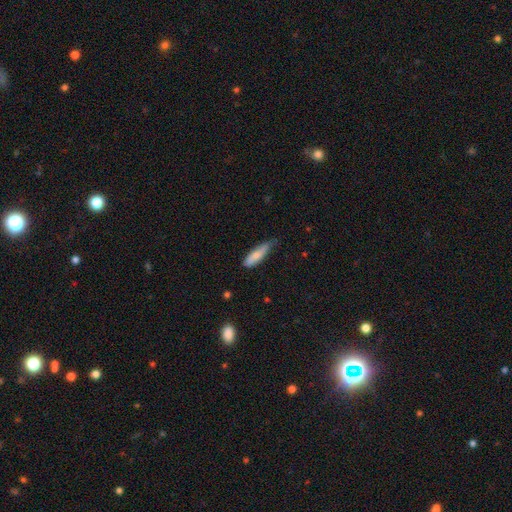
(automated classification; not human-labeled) This appears to be a smooth galaxy with no disk features (79%) that is cigar-shaped (58%). Merging: none (60%).